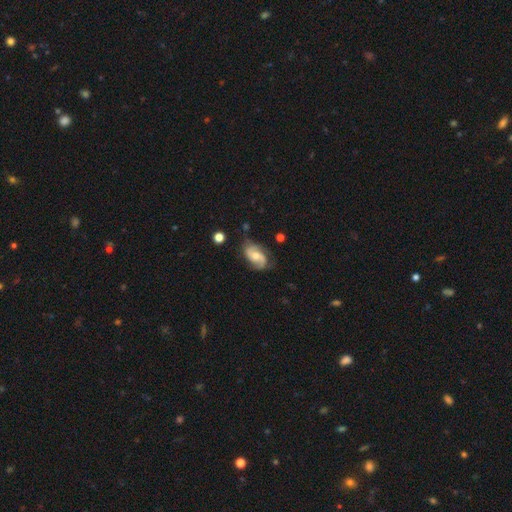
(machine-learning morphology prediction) Smooth or featured?
  - featured or disk: 75% *
  - smooth: 19%
  - star or artifact: 7%
Edge-on disk?
  - no: 97% *
  - yes: 3%
Bar?
  - no: 55% *
  - weak: 37%
  - strong: 8%
Spiral arms?
  - yes: 94% *
  - no: 6%
Spiral winding?
  - medium: 44% *
  - loose: 33%
  - tight: 23%
Spiral arm count?
  - 2: 84% *
  - can't tell: 7%
  - 3: 4%
  - 1: 3%
  - 4: 1%
  - more than 4: 1%
Bulge size?
  - moderate: 55% *
  - small: 35%
  - large: 5%
  - none: 4%
  - dominant: 1%
Merging?
  - none: 72% *
  - minor disturbance: 20%
  - major disturbance: 6%
  - merger: 2%